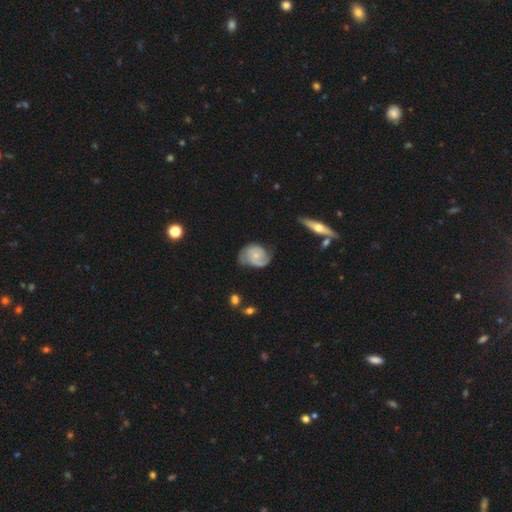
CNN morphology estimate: smooth_or_featured: featured or disk (p=0.70) [alt: smooth p=0.25]
disk_edge_on: no (p=0.97) [alt: yes p=0.03]
bar: no (p=0.72) [alt: weak p=0.24]
has_spiral_arms: yes (p=0.91) [alt: no p=0.09]
spiral_winding: medium (p=0.40) [tied with: tight p=0.40]
spiral_arm_count: 2 (p=0.72) [alt: can't tell p=0.12]
bulge_size: small (p=0.68) [alt: moderate p=0.21]
merging: none (p=0.55) [alt: minor disturbance p=0.30]